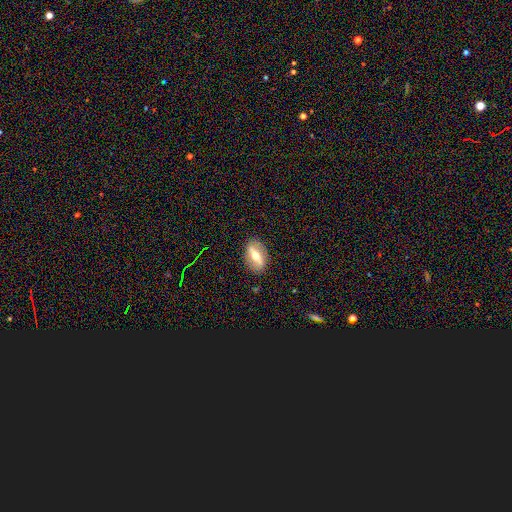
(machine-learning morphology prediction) This appears to be a featured or disk galaxy (58%). Merging: none (86%).